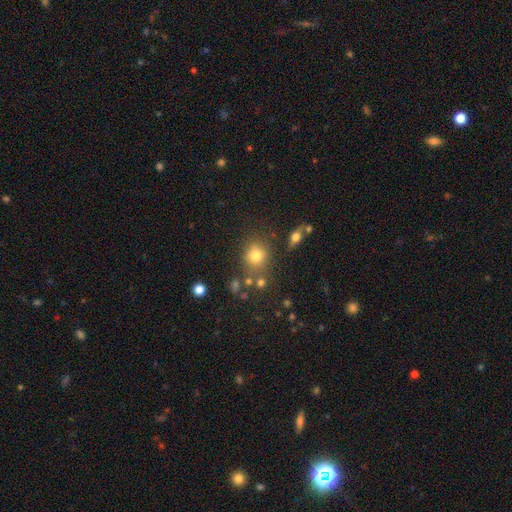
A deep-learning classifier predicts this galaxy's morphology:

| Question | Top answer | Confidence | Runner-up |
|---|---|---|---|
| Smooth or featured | smooth | 76% | star or artifact (15%) |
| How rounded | round | 74% | in between (24%) |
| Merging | none | 71% | minor disturbance (14%) |